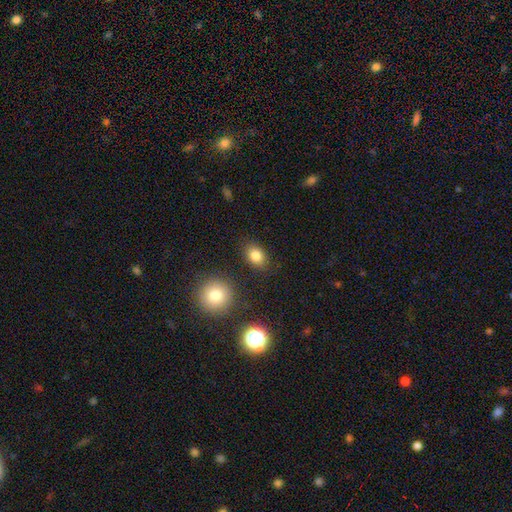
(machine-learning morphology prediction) smooth-or-featured: smooth: 83% | star or artifact: 10% | featured or disk: 6%
  how-rounded: in between: 69% | round: 30% | cigar-shaped: 1%
  merging: none: 84% | minor disturbance: 10% | merger: 3% | major disturbance: 3%